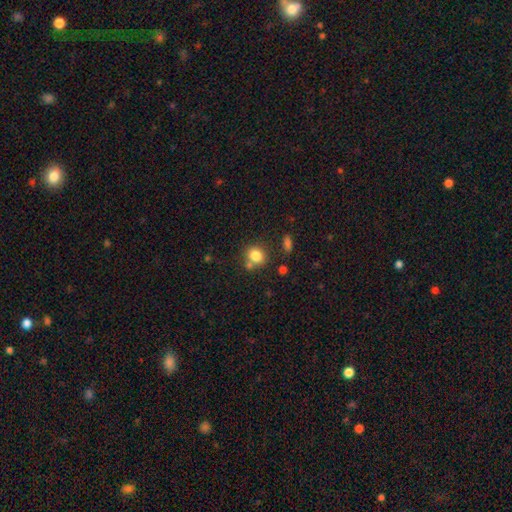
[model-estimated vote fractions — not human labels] Smooth or featured? smooth (81%)
How rounded? round (61%)
Merging? none (62%)